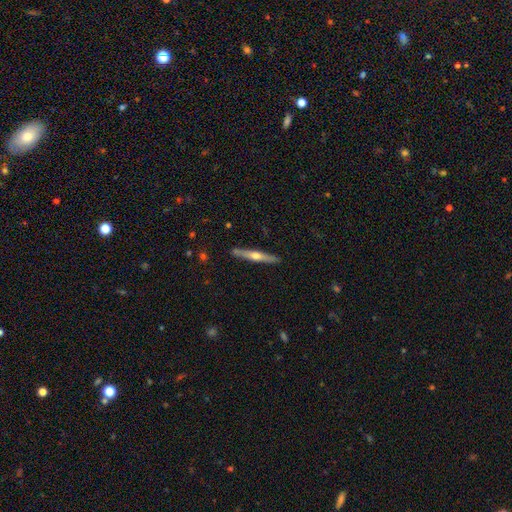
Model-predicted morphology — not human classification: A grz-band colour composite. It shows a featured or disk galaxy (60%) viewed edge-on (96%) with a rounded central bulge (89%). Merging: none (89%).